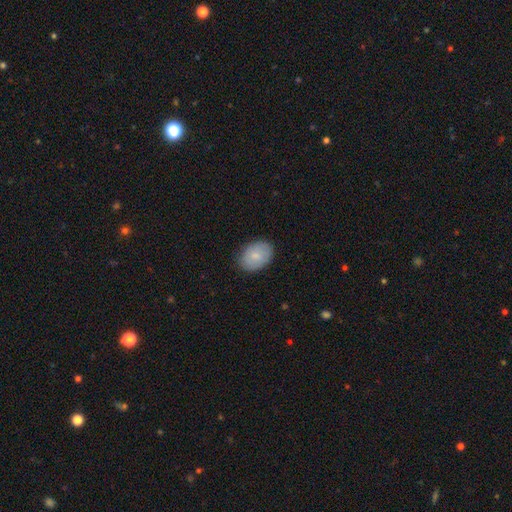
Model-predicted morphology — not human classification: Smooth or featured?
  - smooth: 80% *
  - featured or disk: 14%
  - star or artifact: 6%
How rounded?
  - in between: 79% *
  - round: 20%
  - cigar-shaped: 1%
Merging?
  - none: 85% *
  - minor disturbance: 12%
  - major disturbance: 2%
  - merger: 1%